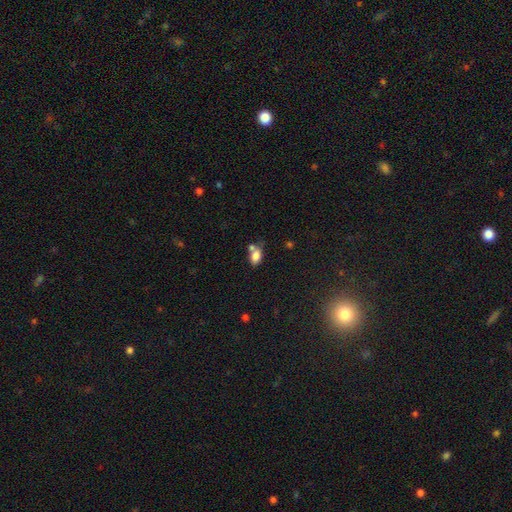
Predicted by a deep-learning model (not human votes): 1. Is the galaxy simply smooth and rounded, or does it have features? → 80% smooth, 10% star or artifact, 10% featured or disk.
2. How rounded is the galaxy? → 87% in between, 11% round, 2% cigar-shaped.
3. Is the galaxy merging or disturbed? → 42% none, 37% merger, 16% minor disturbance, 6% major disturbance.